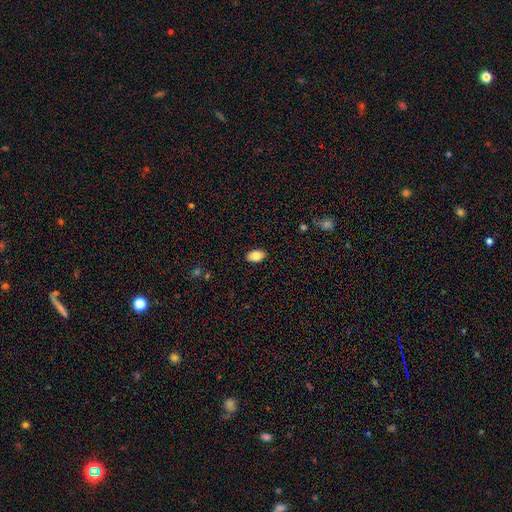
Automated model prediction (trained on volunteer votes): smooth_or_featured: smooth (p=0.84) [alt: featured or disk p=0.09]
how_rounded: in between (p=0.92) [alt: round p=0.06]
merging: none (p=0.88) [alt: minor disturbance p=0.09]